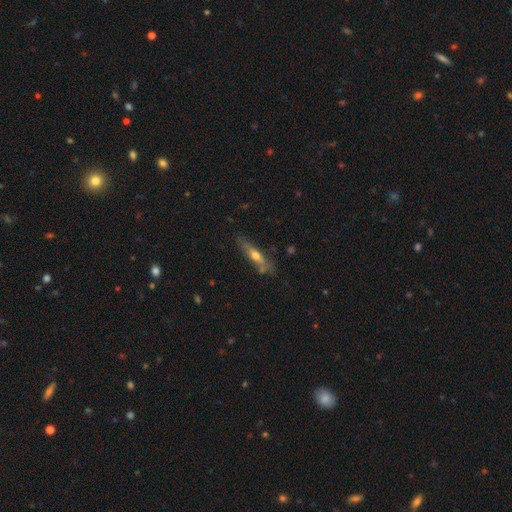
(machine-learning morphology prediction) smooth-or-featured: featured or disk: 53% | smooth: 41% | star or artifact: 6%
  disk-edge-on: yes: 85% | no: 15%
  merging: none: 69% | minor disturbance: 21% | major disturbance: 5% | merger: 4%